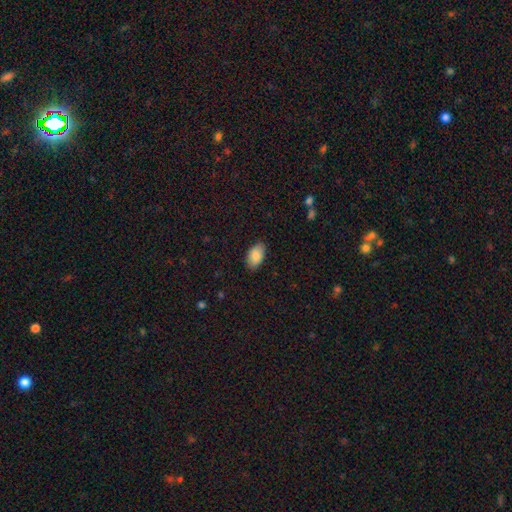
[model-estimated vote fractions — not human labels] smooth-or-featured: smooth: 86% | featured or disk: 7% | star or artifact: 7%
  how-rounded: in between: 94% | round: 5% | cigar-shaped: 2%
  merging: none: 85% | minor disturbance: 12% | major disturbance: 2% | merger: 1%